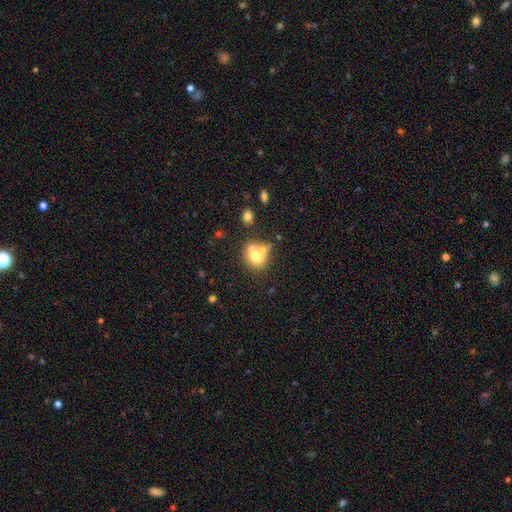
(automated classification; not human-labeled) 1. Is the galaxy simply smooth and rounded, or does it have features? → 65% smooth, 24% featured or disk, 11% star or artifact.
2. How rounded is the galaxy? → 63% round, 36% in between, 1% cigar-shaped.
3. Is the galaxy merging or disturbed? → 48% merger, 32% none, 13% minor disturbance, 7% major disturbance.